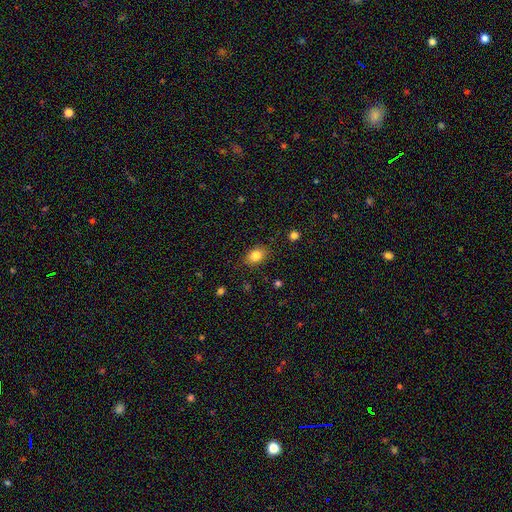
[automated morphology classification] Overall: smooth (83%). How rounded: in between (78%). Merging: none (82%).